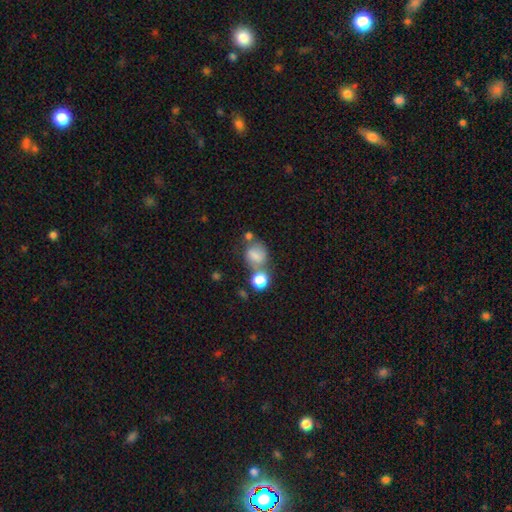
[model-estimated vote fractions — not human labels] smooth 72%, featured or disk 16%, star or artifact 12%. Down the decision tree: how rounded — round (60%); merging — none (43%).